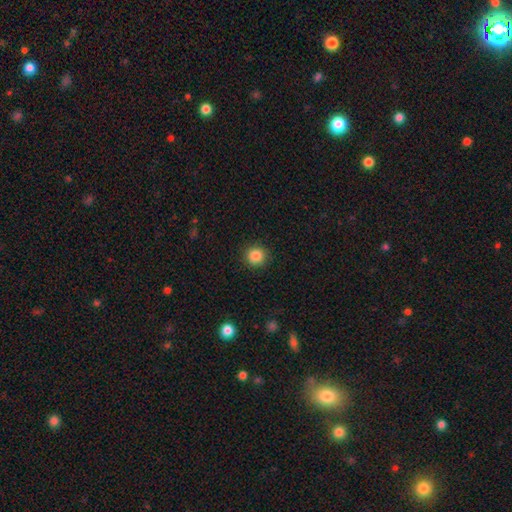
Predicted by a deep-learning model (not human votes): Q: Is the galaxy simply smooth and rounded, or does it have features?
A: smooth — 86%.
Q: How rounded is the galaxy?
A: round — 94%.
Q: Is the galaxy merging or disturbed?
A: none — 91%.